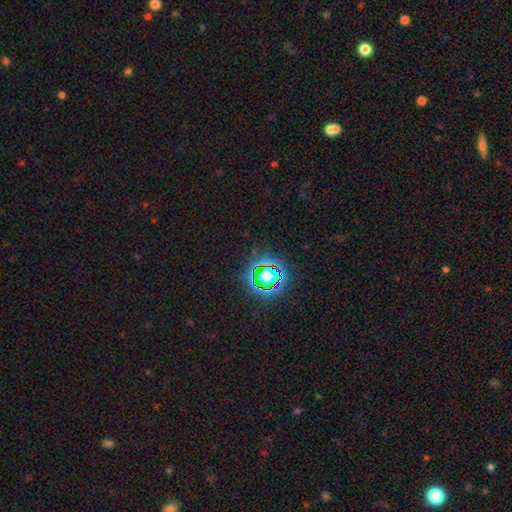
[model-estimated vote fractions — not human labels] Q: Smooth or featured?
A: star or artifact (78%); runner-up: smooth (15%)